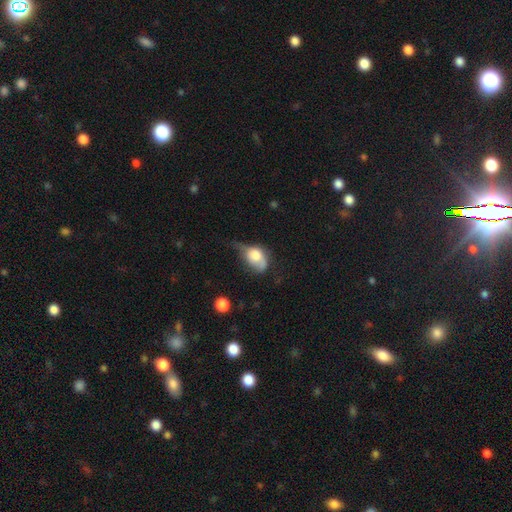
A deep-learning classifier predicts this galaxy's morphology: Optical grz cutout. It shows a smooth galaxy with no disk features (67%) that is in between round and cigar-shaped (75%). Merging: minor disturbance (37%).